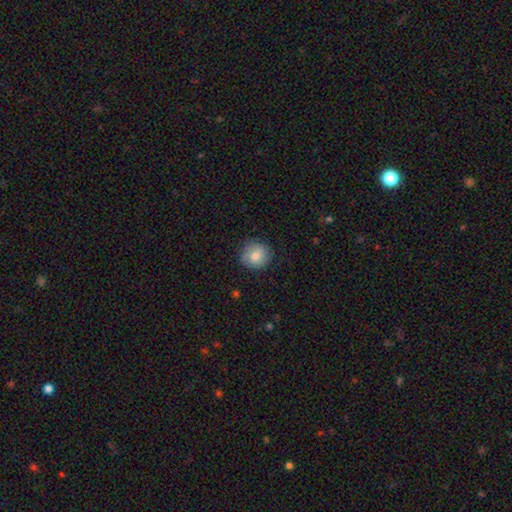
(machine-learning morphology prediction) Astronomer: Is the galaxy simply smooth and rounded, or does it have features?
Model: smooth — 76%.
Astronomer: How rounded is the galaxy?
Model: round — 86%.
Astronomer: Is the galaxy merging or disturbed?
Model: none — 80%.